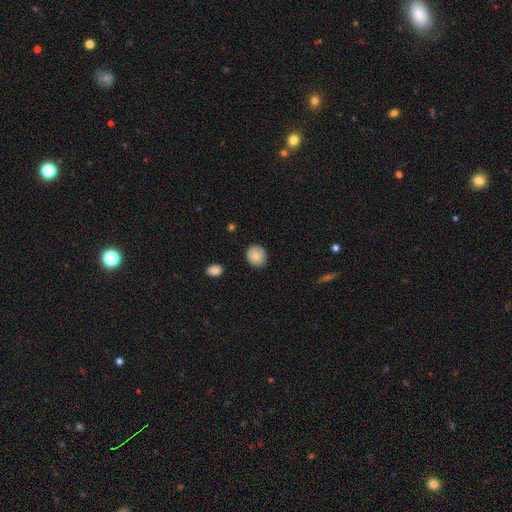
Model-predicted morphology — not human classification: smooth_or_featured: smooth (p=0.83) [alt: featured or disk p=0.10]
how_rounded: round (p=0.82) [alt: in between p=0.17]
merging: none (p=0.87) [alt: minor disturbance p=0.10]